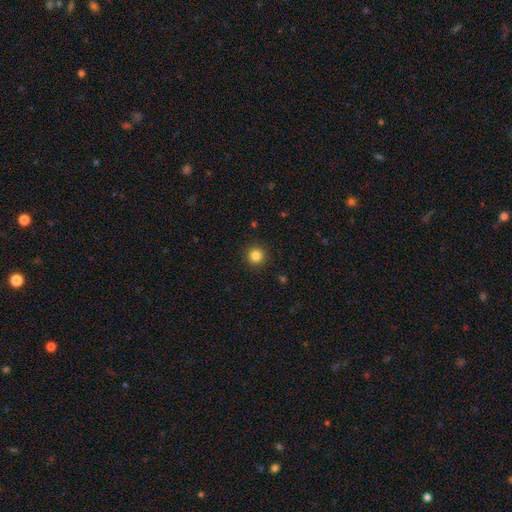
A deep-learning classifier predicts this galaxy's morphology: A smooth galaxy with no disk features (84%) that is round (95%).

Vote fractions:
- Smooth or featured? smooth: 84% / star or artifact: 12% / featured or disk: 4%
- How rounded? round: 95% / in between: 4% / cigar-shaped: 1%
- Merging? none: 92% / minor disturbance: 5% / major disturbance: 2% / merger: 1%